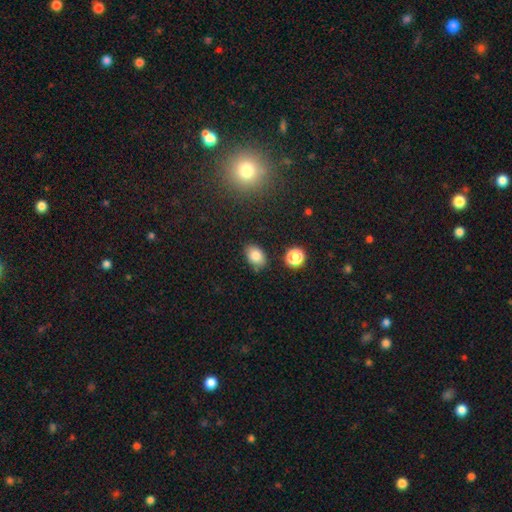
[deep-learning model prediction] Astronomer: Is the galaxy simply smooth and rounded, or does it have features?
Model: smooth — 82%.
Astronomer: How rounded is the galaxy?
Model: in between — 81%.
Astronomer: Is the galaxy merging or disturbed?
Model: none — 78%.